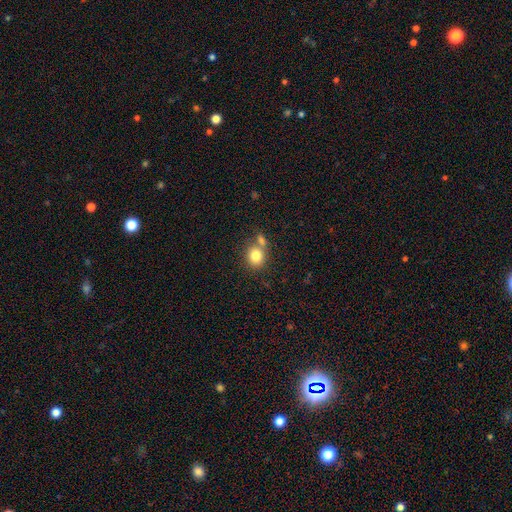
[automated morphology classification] type=smooth (81%); roundness=round (71%); merging=none (58%).